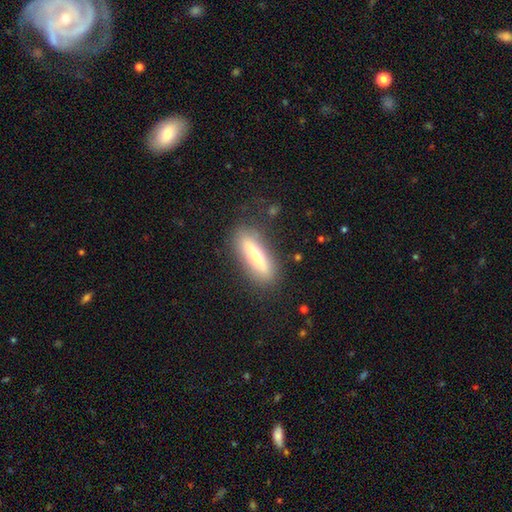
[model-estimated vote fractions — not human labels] A smooth galaxy with no disk features (51%) that is cigar-shaped (57%). Merging: none (84%).